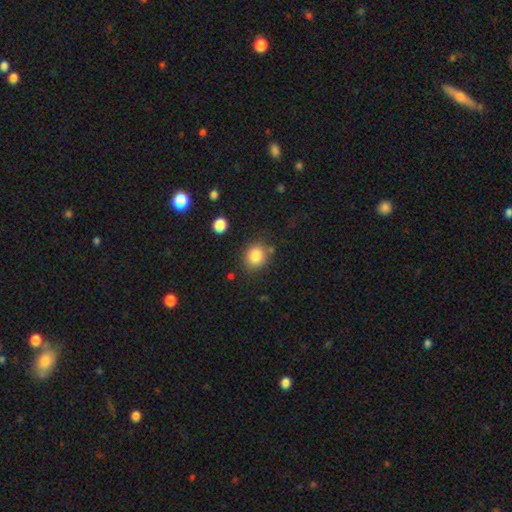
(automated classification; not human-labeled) Smooth or featured? Predicted: smooth (p=0.84). How rounded? Predicted: round (p=0.77). Merging? Predicted: none (p=0.77).